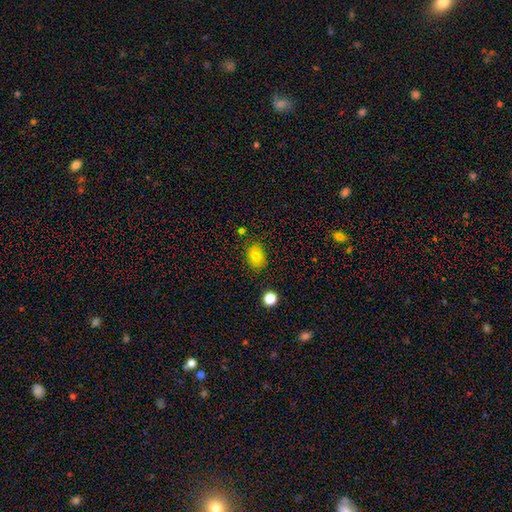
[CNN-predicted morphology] smooth-or-featured: smooth: 77% | star or artifact: 12% | featured or disk: 11%
  how-rounded: in between: 67% | round: 32% | cigar-shaped: 1%
  merging: none: 79% | minor disturbance: 15% | major disturbance: 4% | merger: 2%